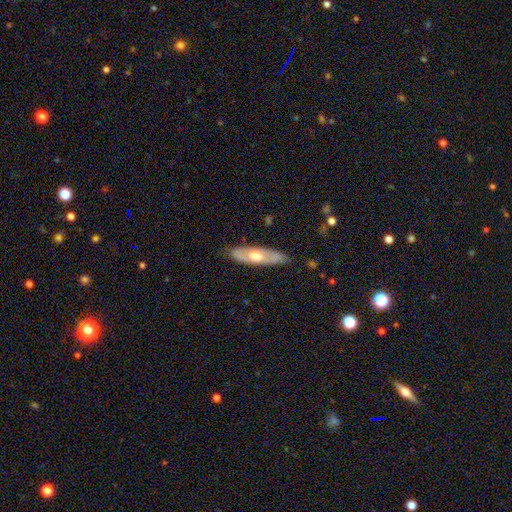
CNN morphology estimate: Q: Smooth or featured?
A: featured or disk (57%); runner-up: smooth (37%)
Q: Edge-on disk?
A: no (52%); runner-up: yes (48%)
Q: Merging?
A: none (85%); runner-up: minor disturbance (11%)